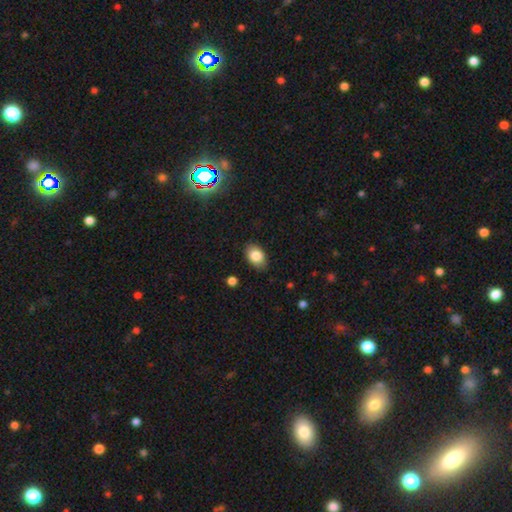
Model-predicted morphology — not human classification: This is clearly a smooth galaxy (84%). How rounded: clearly in between (81%). Merging: clearly none (85%).